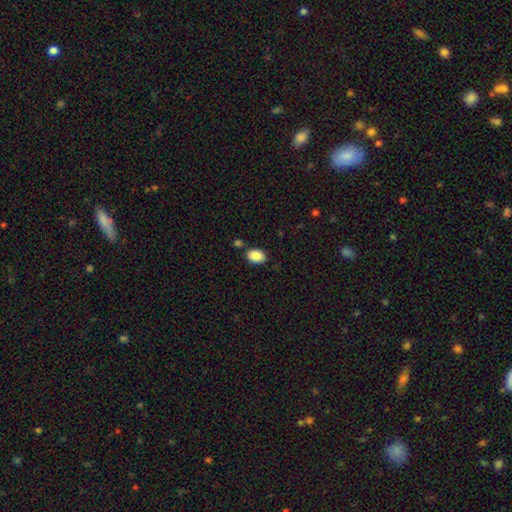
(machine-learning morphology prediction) Overall: smooth (88%). How rounded: in between (82%). Merging: none (80%).